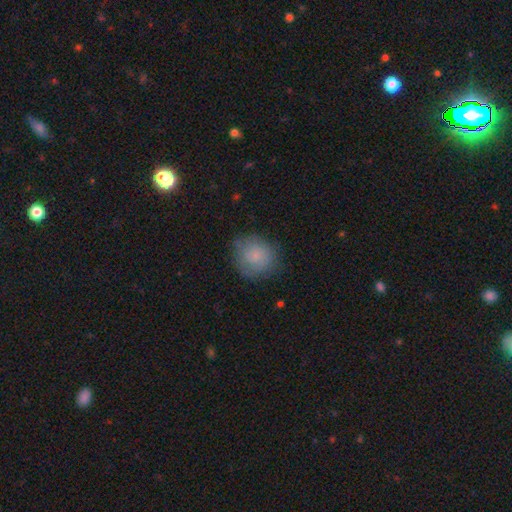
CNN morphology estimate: Smooth or featured? smooth (79%)
How rounded? round (85%)
Merging? none (73%)